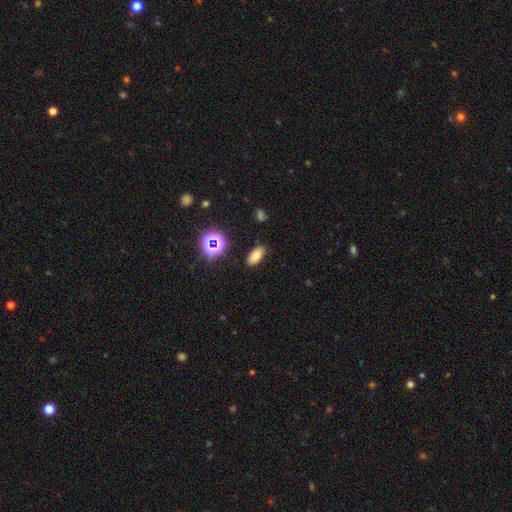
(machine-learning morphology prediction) Smooth or featured: smooth — 73% (star or artifact — 19%)
How rounded: in between — 90% (round — 5%)
Merging: none — 86% (minor disturbance — 10%)